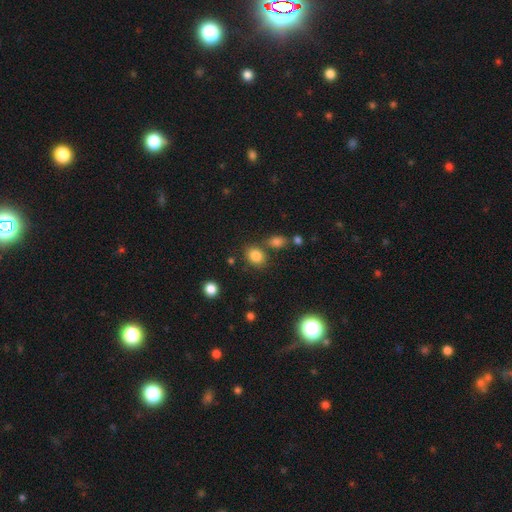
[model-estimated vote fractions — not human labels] This is clearly a smooth galaxy (83%). How rounded: possibly in between (52%). Merging: likely none (71%).